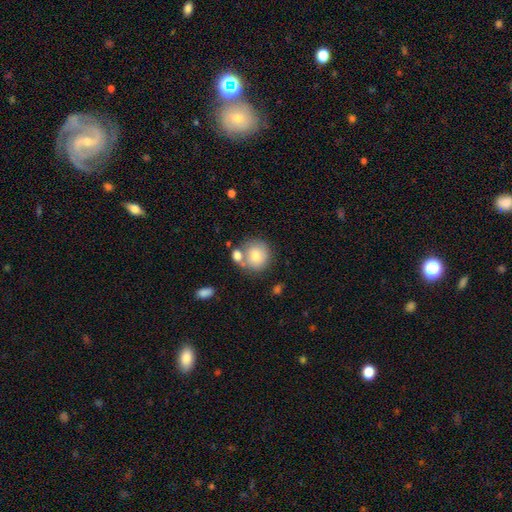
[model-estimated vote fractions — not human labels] Smooth or featured? Predicted: smooth (p=0.77). How rounded? Predicted: round (p=0.84). Merging? Predicted: none (p=0.54).